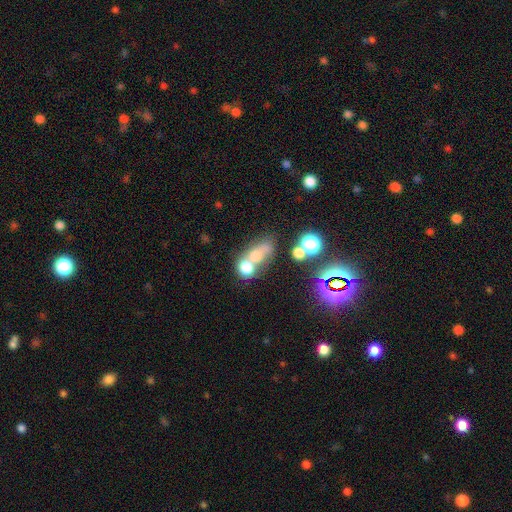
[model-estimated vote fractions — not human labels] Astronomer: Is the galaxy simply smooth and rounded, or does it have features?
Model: smooth — 60%.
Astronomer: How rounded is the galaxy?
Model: round — 52% (runner-up: in between, 45%).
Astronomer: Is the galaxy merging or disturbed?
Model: merger — 58%.